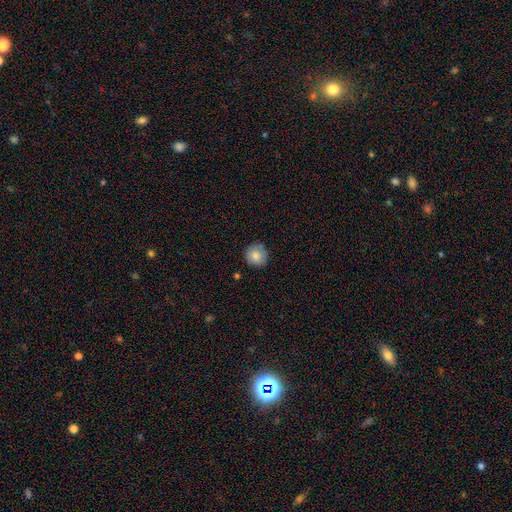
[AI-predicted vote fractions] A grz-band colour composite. It shows a smooth galaxy with no disk features (84%) that is round (91%). Merging: none (83%).